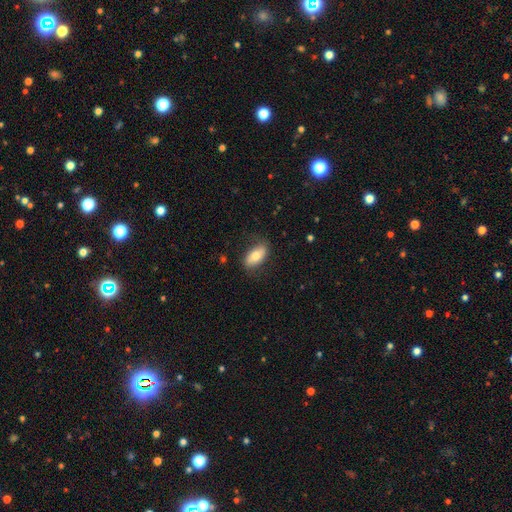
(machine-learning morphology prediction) Smooth or featured? Predicted: smooth (p=0.71). How rounded? Predicted: in between (p=0.89). Merging? Predicted: none (p=0.78).